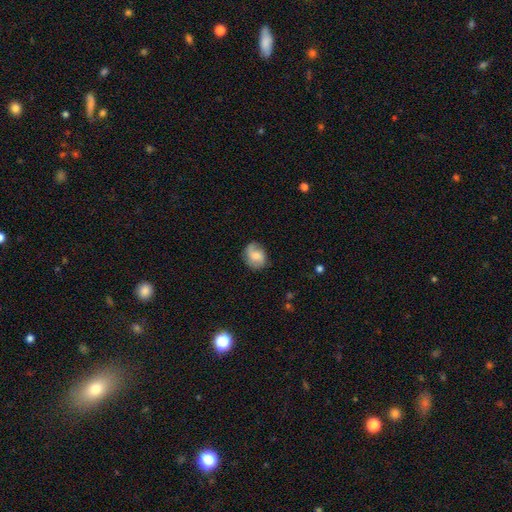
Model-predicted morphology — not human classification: Smooth or featured? smooth (60%)
How rounded? in between (51%)
Merging? none (70%)